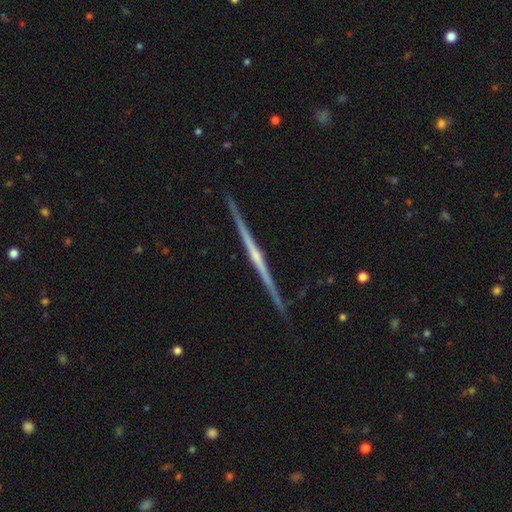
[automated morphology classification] A featured or disk galaxy (84%) viewed edge-on (99%) with a rounded central bulge (47%). Merging: none (91%).